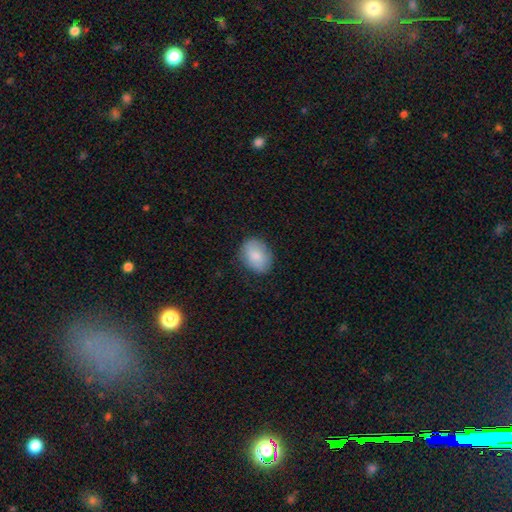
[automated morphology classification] A smooth galaxy with no disk features (83%) that is in between round and cigar-shaped (66%). Merging: none (80%).